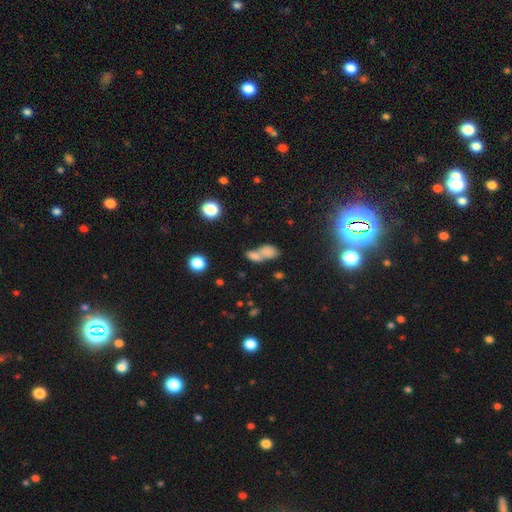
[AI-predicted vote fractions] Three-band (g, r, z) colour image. It shows a smooth galaxy with no disk features (76%) that is in between round and cigar-shaped (82%). Merging: merger (69%).